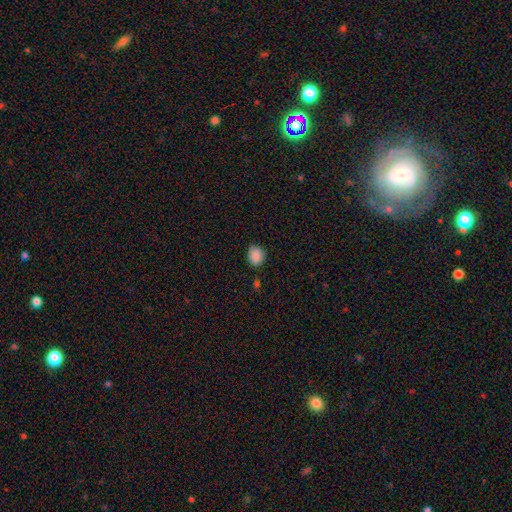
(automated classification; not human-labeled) This appears to be a smooth galaxy with no disk features (87%) that is round (61%). Merging: none (81%).